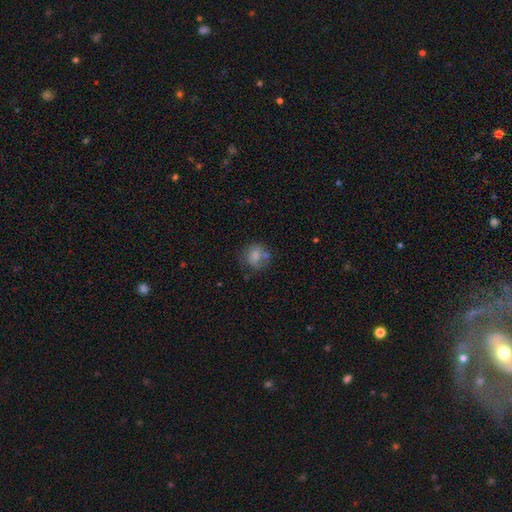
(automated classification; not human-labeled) smooth-or-featured: smooth: 69% | featured or disk: 21% | star or artifact: 10%
  how-rounded: round: 70% | in between: 29% | cigar-shaped: 1%
  merging: none: 54% | minor disturbance: 23% | major disturbance: 13% | merger: 10%